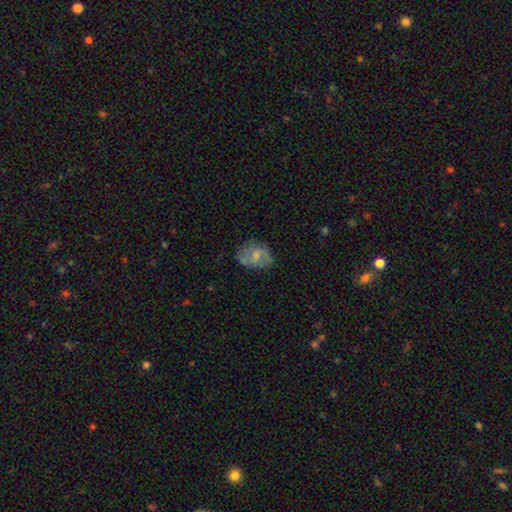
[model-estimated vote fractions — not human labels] Smooth or featured: featured or disk — 46% (tied with smooth — 46%)
Merging: none — 59% (minor disturbance — 27%)